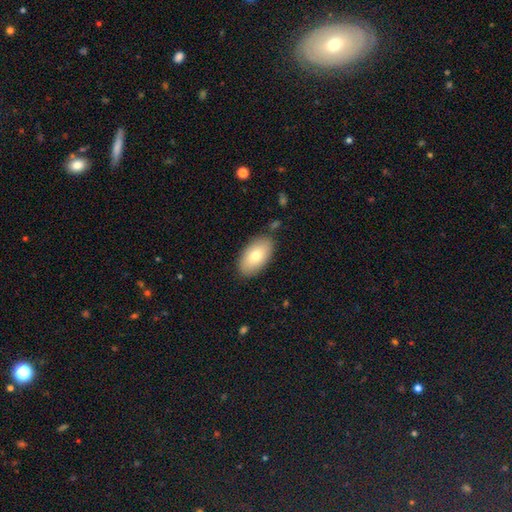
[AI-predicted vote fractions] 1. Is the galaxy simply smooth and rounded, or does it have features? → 77% smooth, 17% featured or disk, 6% star or artifact.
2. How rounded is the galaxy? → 95% in between, 3% round, 2% cigar-shaped.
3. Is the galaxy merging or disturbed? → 85% none, 11% minor disturbance, 2% major disturbance, 2% merger.